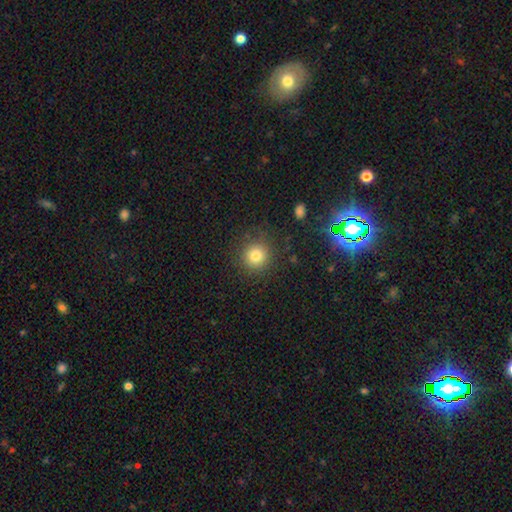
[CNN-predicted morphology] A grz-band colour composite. It shows a smooth galaxy with no disk features (80%) that is round (93%). Merging: none (87%).